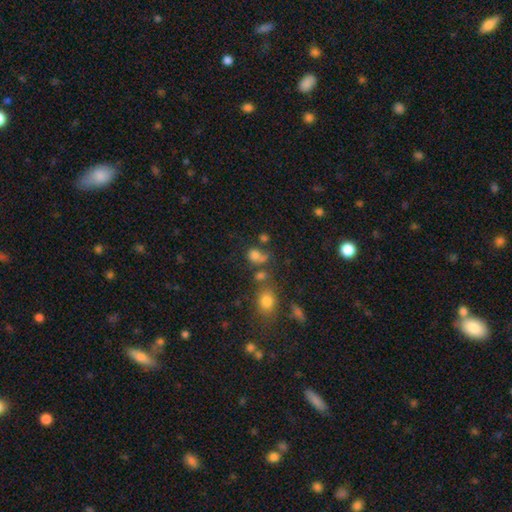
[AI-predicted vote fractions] This appears to be a smooth galaxy with no disk features (72%) that is round (59%). Merging: none (40%).